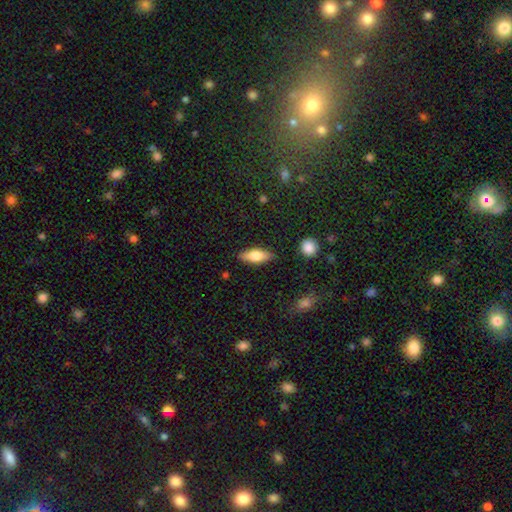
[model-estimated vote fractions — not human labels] Smooth or featured?
  - smooth: 65% *
  - featured or disk: 28%
  - star or artifact: 7%
How rounded?
  - in between: 66% *
  - cigar-shaped: 31%
  - round: 3%
Merging?
  - none: 85% *
  - minor disturbance: 11%
  - major disturbance: 3%
  - merger: 2%